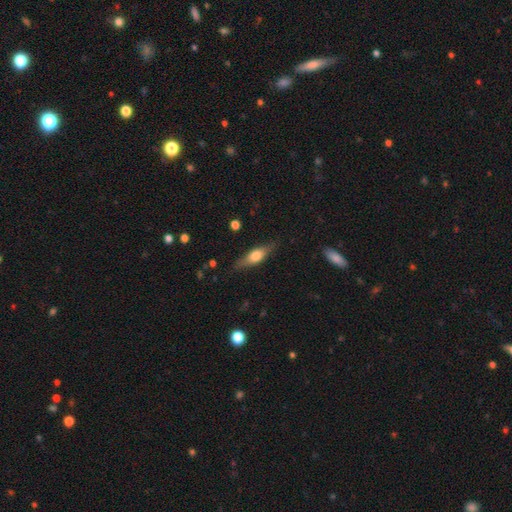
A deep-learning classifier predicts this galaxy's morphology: A smooth galaxy with no disk features (47%). Merging: none (82%).